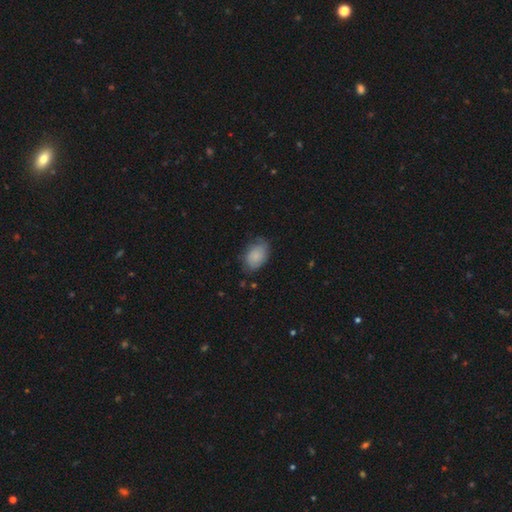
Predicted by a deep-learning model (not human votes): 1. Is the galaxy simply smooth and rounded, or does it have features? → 74% smooth, 19% featured or disk, 7% star or artifact.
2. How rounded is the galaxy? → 85% in between, 14% round, 1% cigar-shaped.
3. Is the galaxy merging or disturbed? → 63% none, 28% minor disturbance, 7% major disturbance, 2% merger.